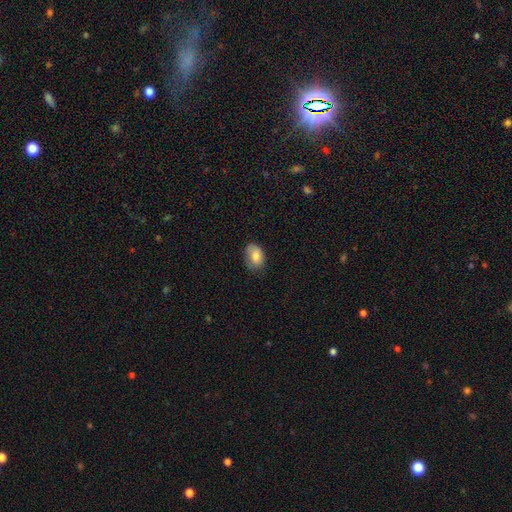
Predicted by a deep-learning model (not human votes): smooth_or_featured: smooth (p=0.79) [alt: featured or disk p=0.13]
how_rounded: in between (p=0.80) [alt: round p=0.19]
merging: none (p=0.59) [alt: minor disturbance p=0.31]